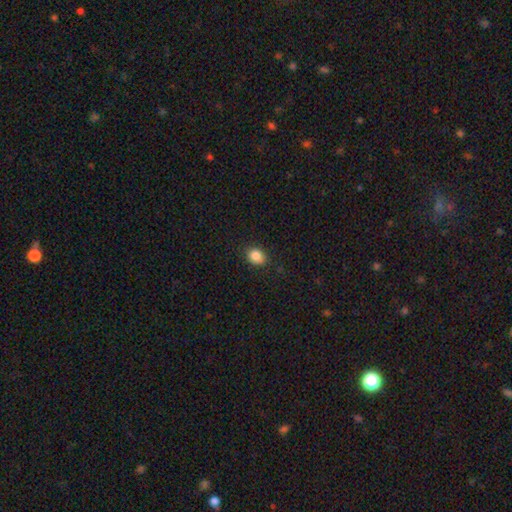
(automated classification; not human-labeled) Smooth or featured?
  - smooth: 86% *
  - star or artifact: 10%
  - featured or disk: 5%
How rounded?
  - in between: 52% *
  - round: 47%
  - cigar-shaped: 1%
Merging?
  - none: 84% *
  - minor disturbance: 12%
  - major disturbance: 3%
  - merger: 1%